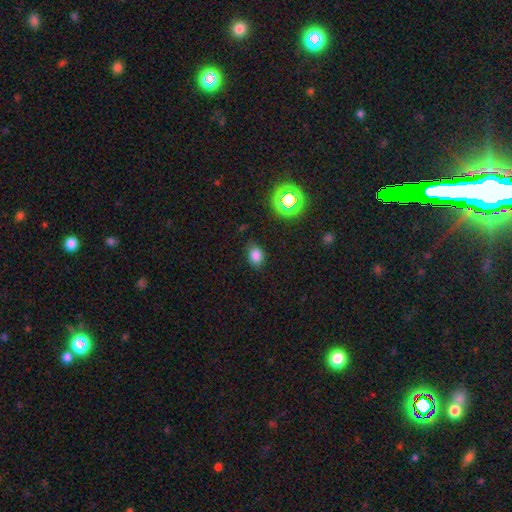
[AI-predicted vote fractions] smooth_or_featured: smooth (p=0.79) [alt: star or artifact p=0.16]
how_rounded: in between (p=0.60) [alt: round p=0.38]
merging: none (p=0.80) [alt: minor disturbance p=0.15]